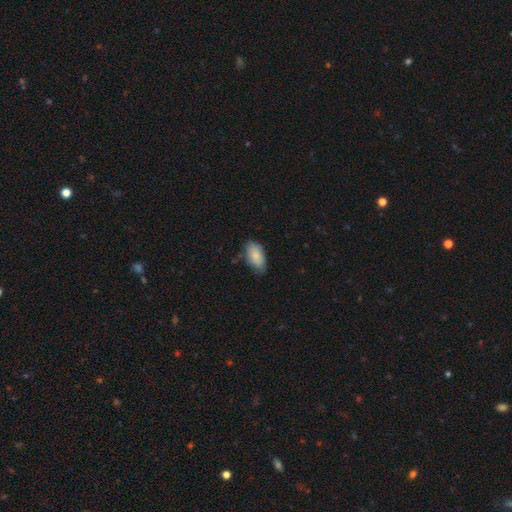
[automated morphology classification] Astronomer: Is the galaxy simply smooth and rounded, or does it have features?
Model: smooth — 84%.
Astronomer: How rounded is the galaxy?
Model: in between — 93%.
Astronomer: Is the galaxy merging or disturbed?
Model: none — 70%.